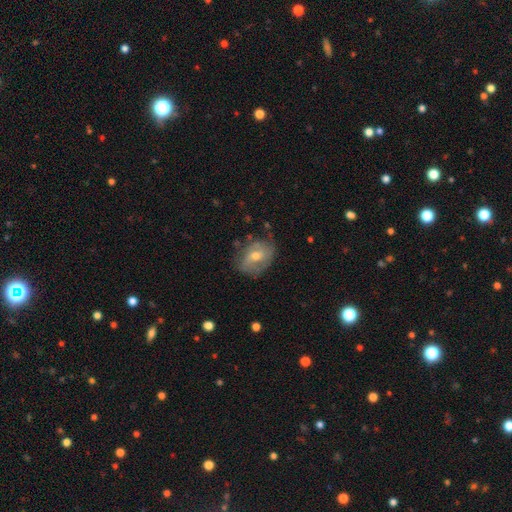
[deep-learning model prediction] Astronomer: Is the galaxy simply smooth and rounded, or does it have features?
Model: featured or disk — 54% (runner-up: smooth, 37%).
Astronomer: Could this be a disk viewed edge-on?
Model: no — 95%.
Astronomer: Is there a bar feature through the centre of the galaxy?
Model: no — 56% (runner-up: weak, 35%).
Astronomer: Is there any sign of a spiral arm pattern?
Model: yes — 65%.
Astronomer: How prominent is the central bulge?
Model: moderate — 61%.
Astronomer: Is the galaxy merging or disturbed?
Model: none — 64%.